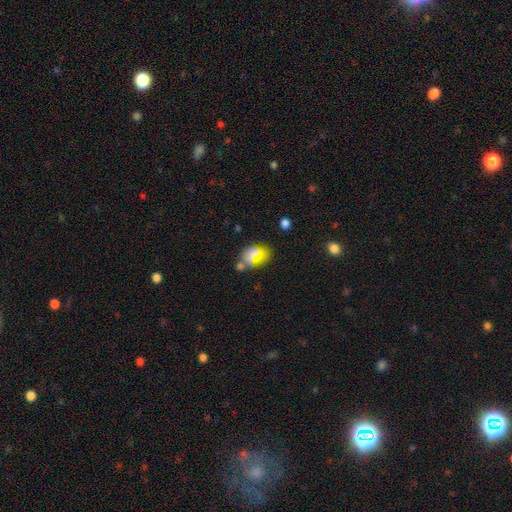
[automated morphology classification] This appears to be a smooth galaxy with no disk features (63%) that is in between round and cigar-shaped (77%). Merging: none (65%).